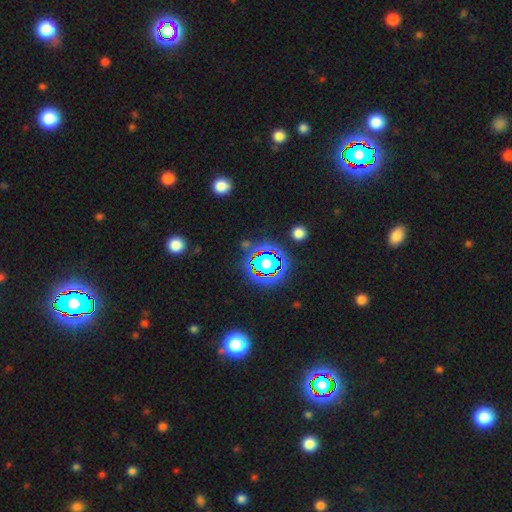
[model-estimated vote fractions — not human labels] smooth_or_featured: star or artifact (p=0.80) [alt: smooth p=0.13]